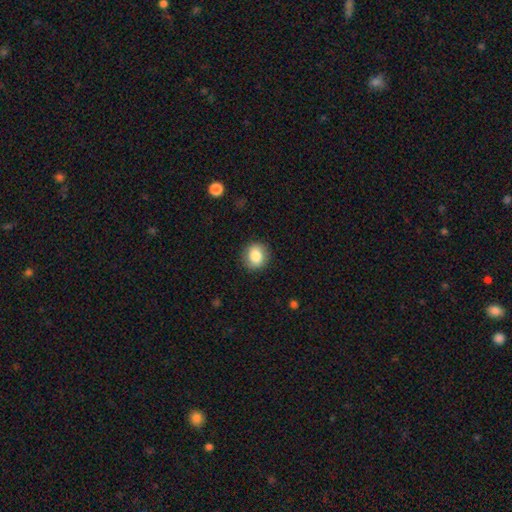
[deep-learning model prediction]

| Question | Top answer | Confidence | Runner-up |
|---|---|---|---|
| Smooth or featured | smooth | 83% | star or artifact (8%) |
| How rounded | round | 77% | in between (22%) |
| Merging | none | 89% | minor disturbance (8%) |